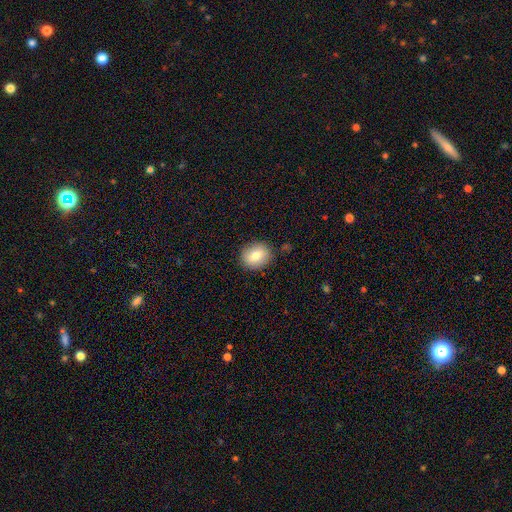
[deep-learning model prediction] Smooth or featured: smooth — 78% (featured or disk — 14%)
How rounded: round — 61% (in between — 38%)
Merging: none — 86% (minor disturbance — 10%)